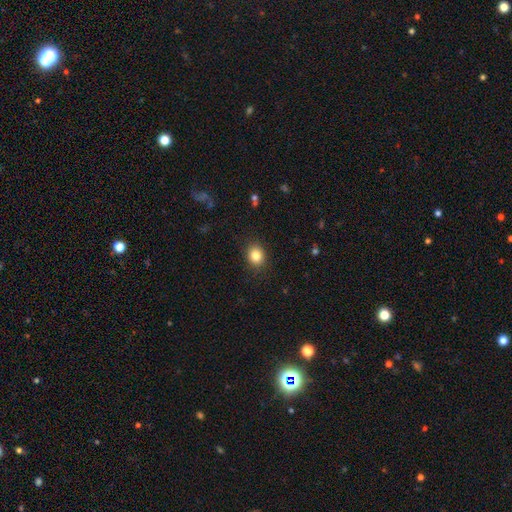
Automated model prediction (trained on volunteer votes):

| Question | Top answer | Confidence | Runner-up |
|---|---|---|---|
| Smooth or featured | smooth | 84% | star or artifact (10%) |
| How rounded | round | 65% | in between (34%) |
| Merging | none | 88% | minor disturbance (9%) |